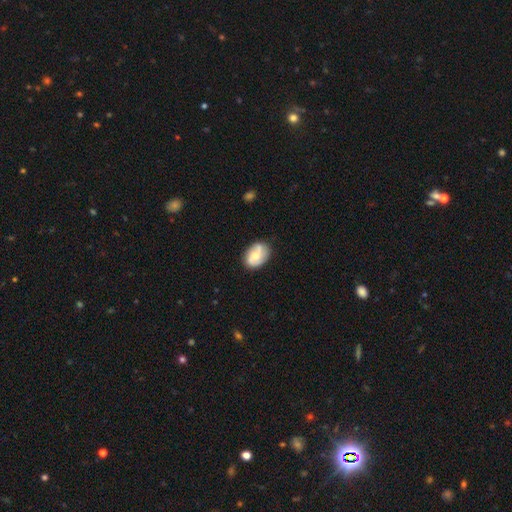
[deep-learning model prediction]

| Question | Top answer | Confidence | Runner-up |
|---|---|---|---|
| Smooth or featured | featured or disk | 48% | smooth (45%) |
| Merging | none | 72% | minor disturbance (20%) |